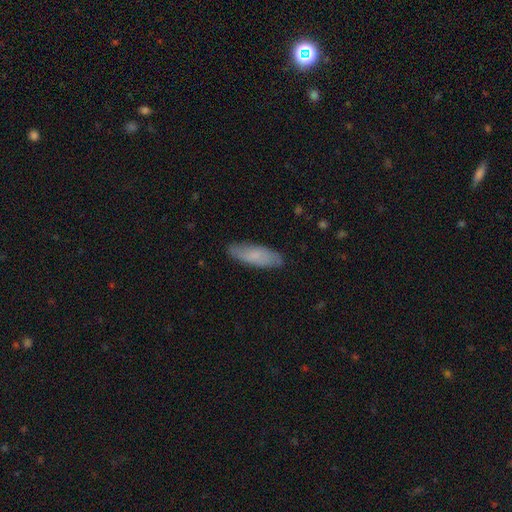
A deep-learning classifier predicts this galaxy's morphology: A smooth galaxy with no disk features (74%) that is in between round and cigar-shaped (54%).

Vote fractions:
- Smooth or featured? smooth: 74% / featured or disk: 20% / star or artifact: 6%
- How rounded? in between: 54% / cigar-shaped: 45% / round: 2%
- Merging? none: 84% / minor disturbance: 13% / major disturbance: 2% / merger: 1%